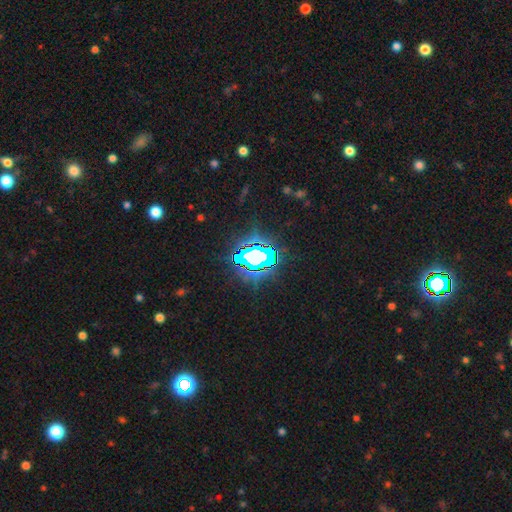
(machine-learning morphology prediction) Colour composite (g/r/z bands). It shows a star or artifact, not a galaxy (72%).